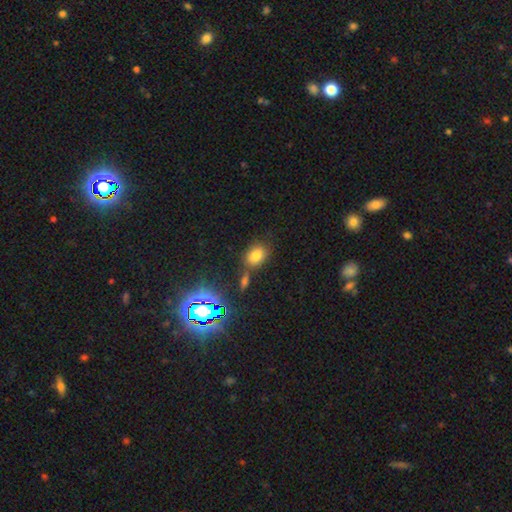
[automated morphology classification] The model was most divided on "how rounded": in between: 72%, round: 27%, cigar-shaped: 2%. More confident: smooth or featured — smooth (73%); merging — none (67%).